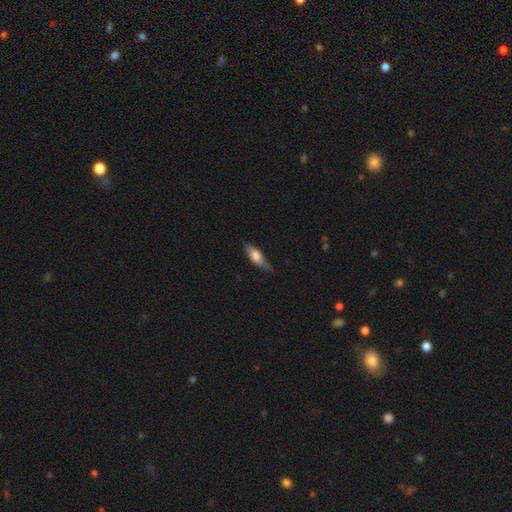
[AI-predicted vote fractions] Q: Smooth or featured?
A: smooth (69%); runner-up: featured or disk (25%)
Q: How rounded?
A: in between (59%); runner-up: cigar-shaped (39%)
Q: Merging?
A: none (59%); runner-up: minor disturbance (33%)